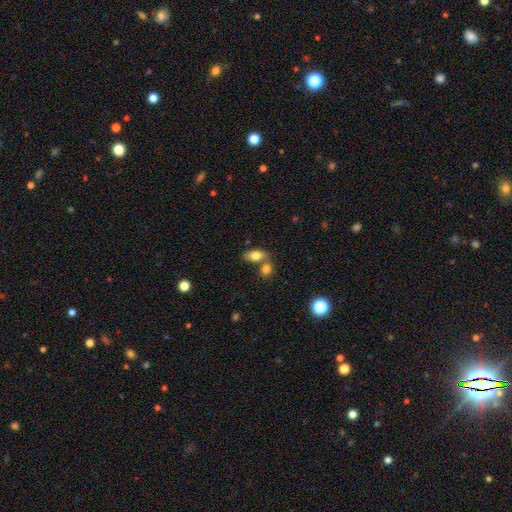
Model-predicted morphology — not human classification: smooth 79%, featured or disk 13%, star or artifact 8%. Down the decision tree: how rounded — in between (87%); merging — none (51%).